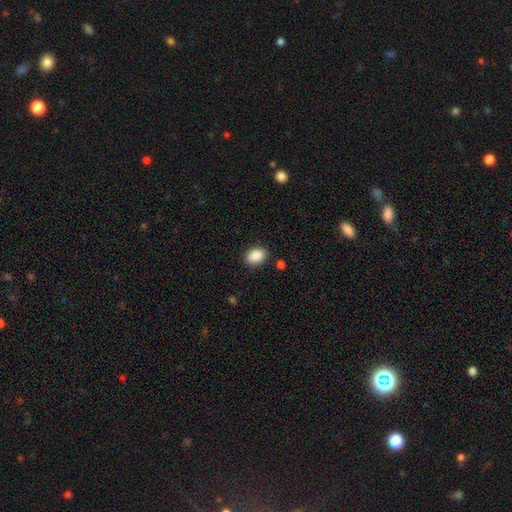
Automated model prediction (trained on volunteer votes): Smooth or featured?
  - smooth: 89% *
  - star or artifact: 8%
  - featured or disk: 3%
How rounded?
  - in between: 81% *
  - round: 17%
  - cigar-shaped: 1%
Merging?
  - none: 86% *
  - minor disturbance: 9%
  - major disturbance: 2%
  - merger: 2%